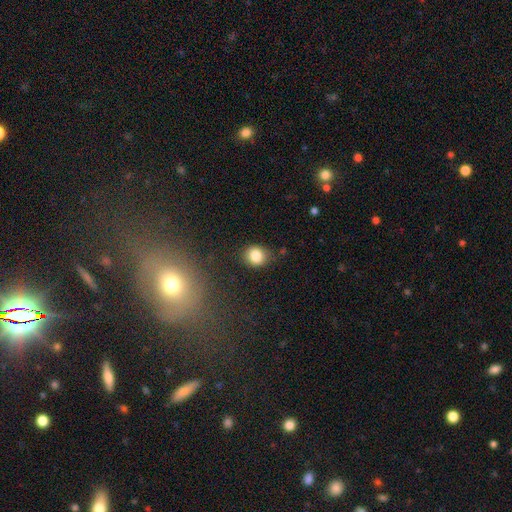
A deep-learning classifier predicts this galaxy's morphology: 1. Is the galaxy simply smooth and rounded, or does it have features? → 84% smooth, 10% star or artifact, 6% featured or disk.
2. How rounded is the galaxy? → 71% round, 28% in between, 1% cigar-shaped.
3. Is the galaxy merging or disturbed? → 80% none, 14% minor disturbance, 3% major disturbance, 3% merger.